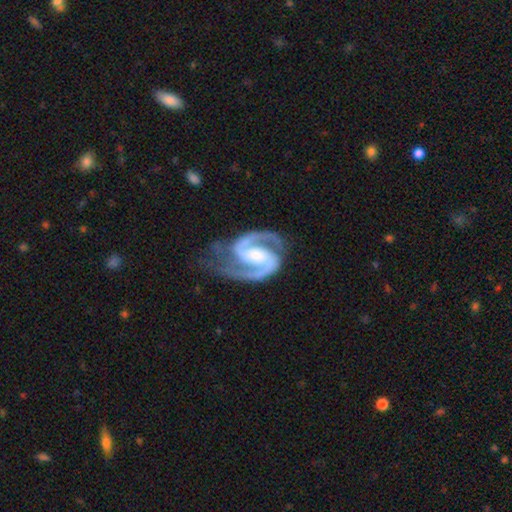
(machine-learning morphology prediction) Overall: featured or disk (94%). Edge-on disk: no (98%). Bar: strong (37%; weak 36%). Spiral arms: yes (99%). Spiral arm count: 2 (94%). Spiral winding: medium (60%; tight 32%). Bulge size: small (43%; moderate 38%). Merging: none (68%).